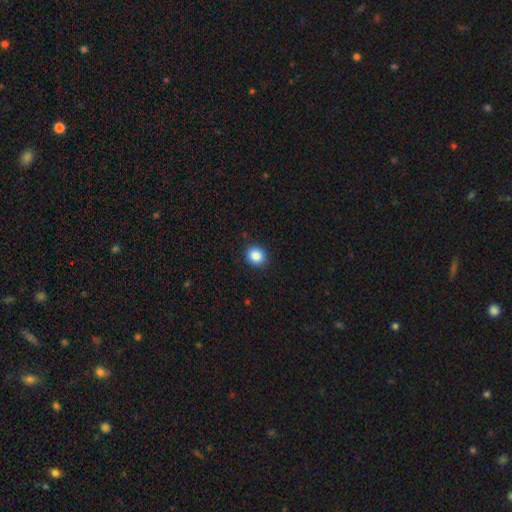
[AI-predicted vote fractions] Smooth or featured: smooth — 86% (star or artifact — 10%)
How rounded: round — 76% (in between — 23%)
Merging: none — 90% (minor disturbance — 7%)